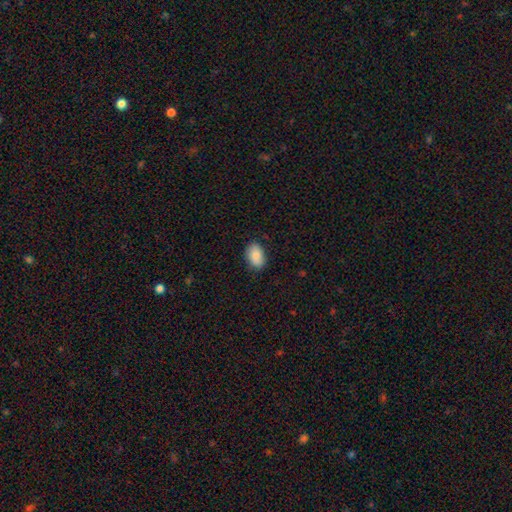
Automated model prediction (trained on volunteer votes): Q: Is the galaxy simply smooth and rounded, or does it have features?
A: smooth — 87%.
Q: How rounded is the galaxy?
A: in between — 89%.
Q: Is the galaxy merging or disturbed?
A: none — 84%.